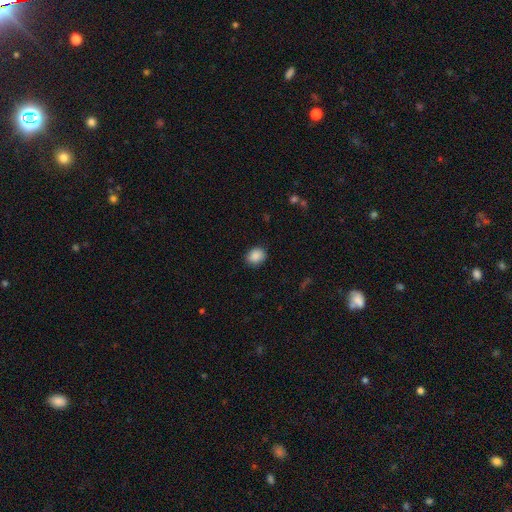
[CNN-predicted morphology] A smooth galaxy with no disk features (88%) that is round (52%).

Vote fractions:
- Smooth or featured? smooth: 88% / star or artifact: 8% / featured or disk: 3%
- How rounded? round: 52% / in between: 47% / cigar-shaped: 1%
- Merging? none: 85% / minor disturbance: 12% / major disturbance: 3% / merger: 1%